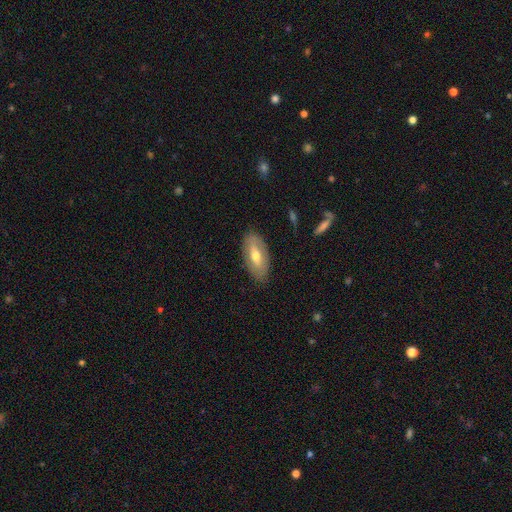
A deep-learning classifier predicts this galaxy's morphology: smooth 50%, featured or disk 44%, star or artifact 6%. Down the decision tree: how rounded — in between (89%); merging — none (83%).